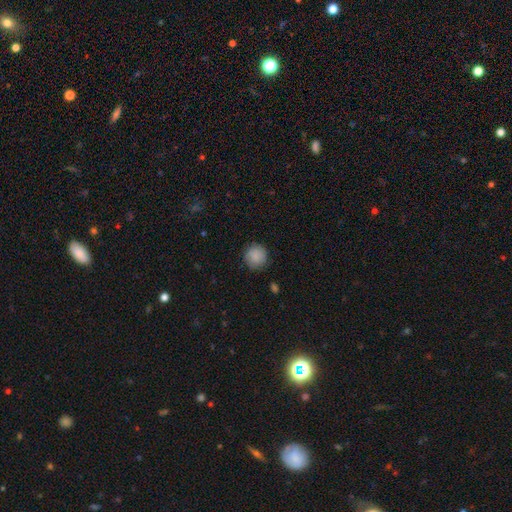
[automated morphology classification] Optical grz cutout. It shows a smooth galaxy with no disk features (87%) that is round (93%). Merging: none (85%).